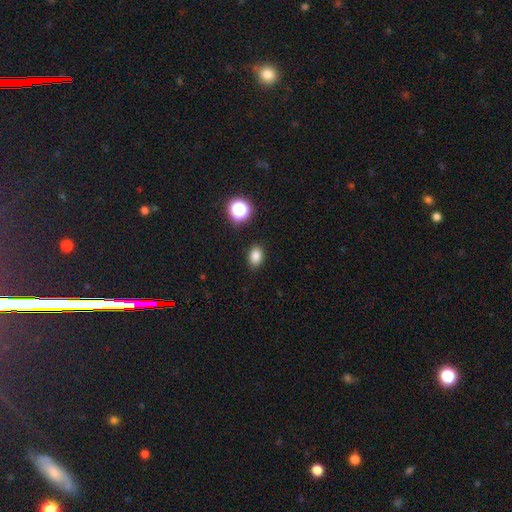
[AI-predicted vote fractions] smooth-or-featured: smooth: 82% | star or artifact: 13% | featured or disk: 5%
  how-rounded: in between: 72% | round: 27% | cigar-shaped: 1%
  merging: none: 87% | minor disturbance: 9% | major disturbance: 3% | merger: 2%